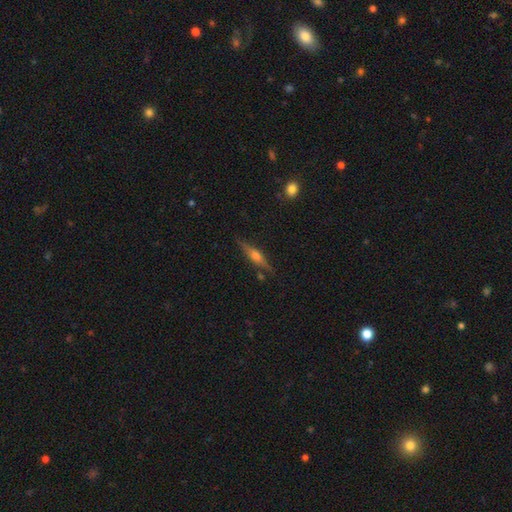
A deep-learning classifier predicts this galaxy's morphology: smooth-or-featured: featured or disk: 70% | smooth: 22% | star or artifact: 7%
  disk-edge-on: yes: 97% | no: 3%
    edge-on-bulge: rounded: 87% | boxy: 9% | none: 4%
  merging: none: 85% | minor disturbance: 11% | major disturbance: 2% | merger: 2%